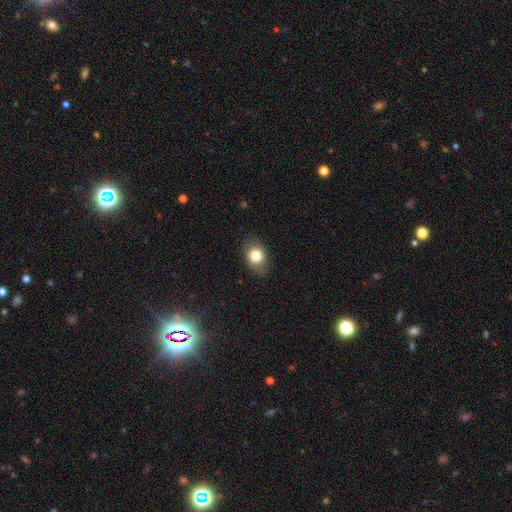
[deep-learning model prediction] Overall: smooth (80%). How rounded: in between (63%; round 36%). Merging: none (82%).